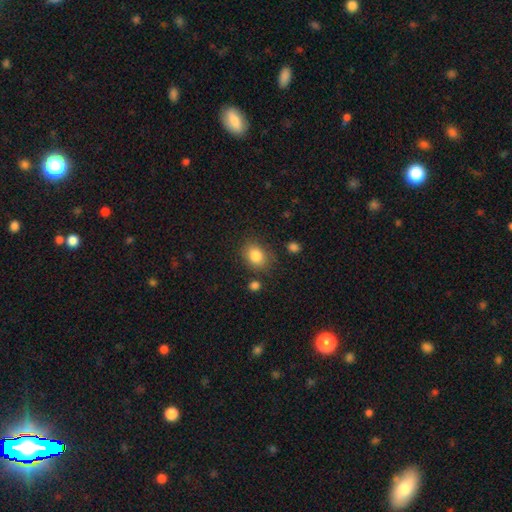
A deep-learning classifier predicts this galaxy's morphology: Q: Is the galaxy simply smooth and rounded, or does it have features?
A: smooth — 84%.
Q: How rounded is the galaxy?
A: in between — 56%.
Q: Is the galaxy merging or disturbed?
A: none — 77%.